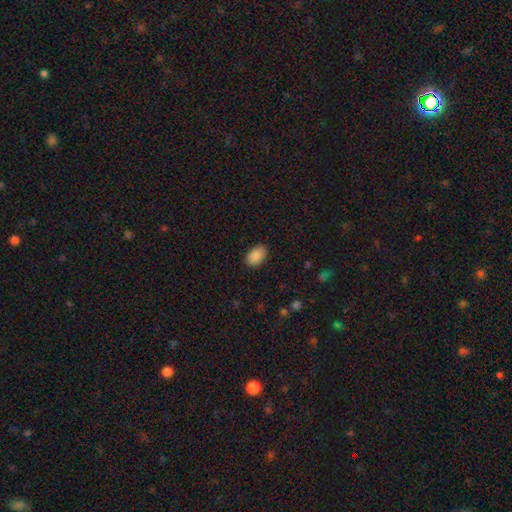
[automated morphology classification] A smooth galaxy with no disk features (90%) that is in between round and cigar-shaped (91%).

Vote fractions:
- Smooth or featured? smooth: 90% / star or artifact: 7% / featured or disk: 3%
- How rounded? in between: 91% / round: 8% / cigar-shaped: 1%
- Merging? none: 87% / minor disturbance: 10% / major disturbance: 2% / merger: 1%